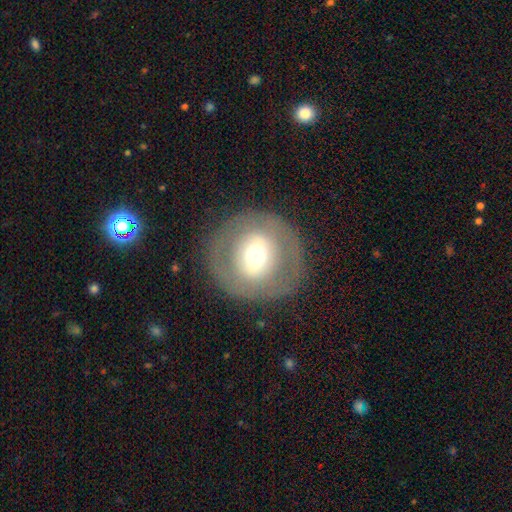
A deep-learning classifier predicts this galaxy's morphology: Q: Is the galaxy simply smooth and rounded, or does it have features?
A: smooth — 47%.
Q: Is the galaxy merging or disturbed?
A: none — 84%.